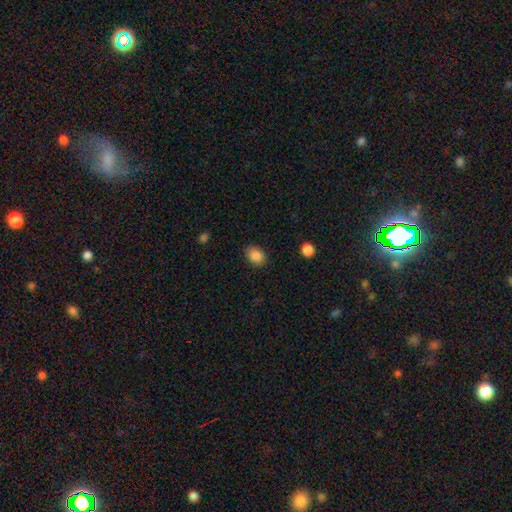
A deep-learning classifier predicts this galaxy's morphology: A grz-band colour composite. It shows a smooth galaxy with no disk features (87%) that is in between round and cigar-shaped (61%). Merging: none (84%).